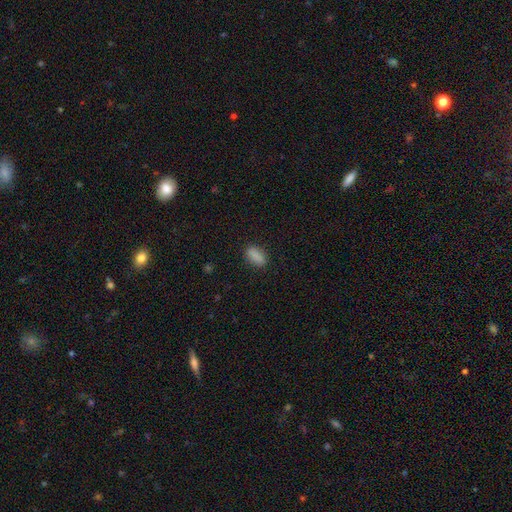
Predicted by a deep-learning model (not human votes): Q: Smooth or featured?
A: smooth (87%); runner-up: star or artifact (8%)
Q: How rounded?
A: in between (83%); runner-up: cigar-shaped (12%)
Q: Merging?
A: none (86%); runner-up: minor disturbance (10%)